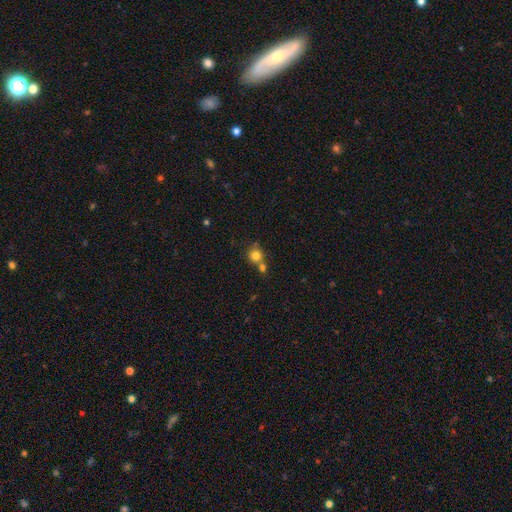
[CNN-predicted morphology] Q: Smooth or featured?
A: smooth (79%); runner-up: star or artifact (12%)
Q: How rounded?
A: round (88%); runner-up: in between (11%)
Q: Merging?
A: none (51%); runner-up: merger (38%)